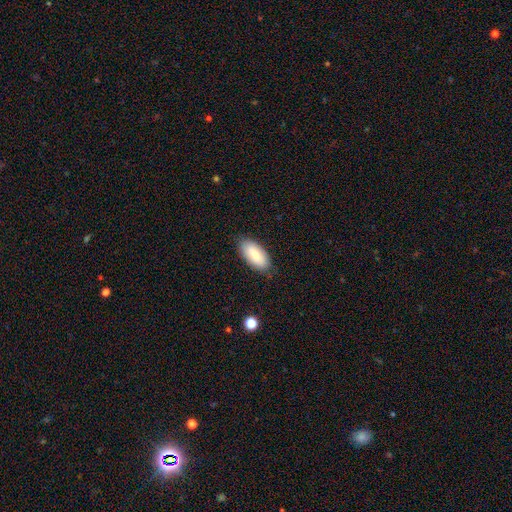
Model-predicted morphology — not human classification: Smooth or featured: smooth — 77% (featured or disk — 16%)
How rounded: in between — 90% (cigar-shaped — 8%)
Merging: none — 84% (minor disturbance — 13%)